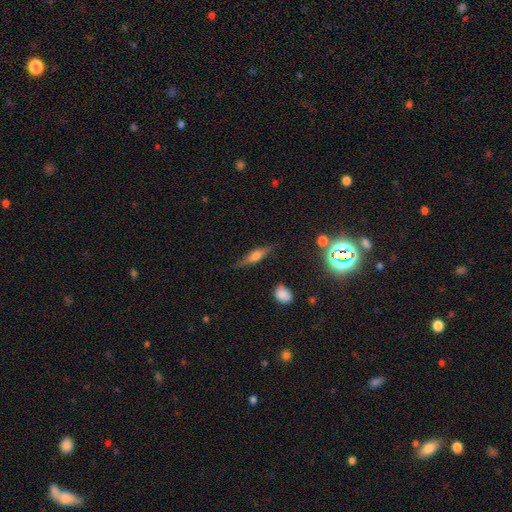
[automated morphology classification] Smooth or featured? featured or disk (48%)
Merging? none (79%)